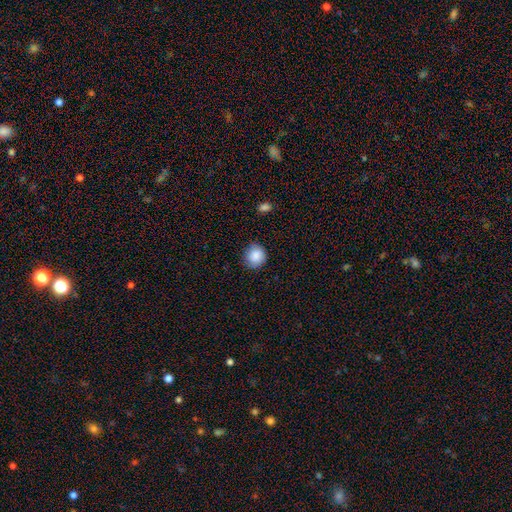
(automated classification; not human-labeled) smooth 86%, star or artifact 8%, featured or disk 6%. Down the decision tree: how rounded — round (84%); merging — none (81%).